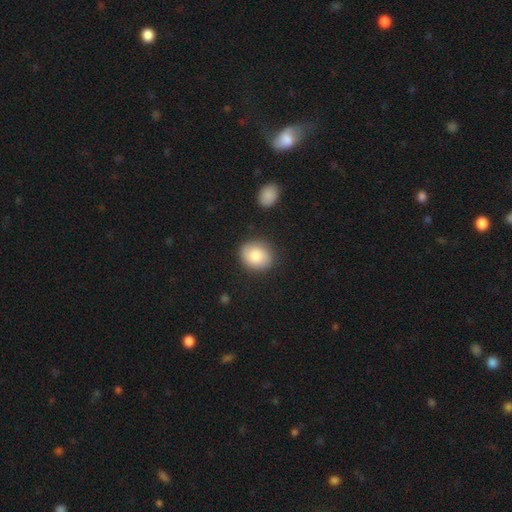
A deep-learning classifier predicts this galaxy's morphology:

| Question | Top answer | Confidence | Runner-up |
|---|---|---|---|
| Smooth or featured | smooth | 81% | featured or disk (12%) |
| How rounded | round | 70% | in between (29%) |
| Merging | none | 83% | minor disturbance (11%) |